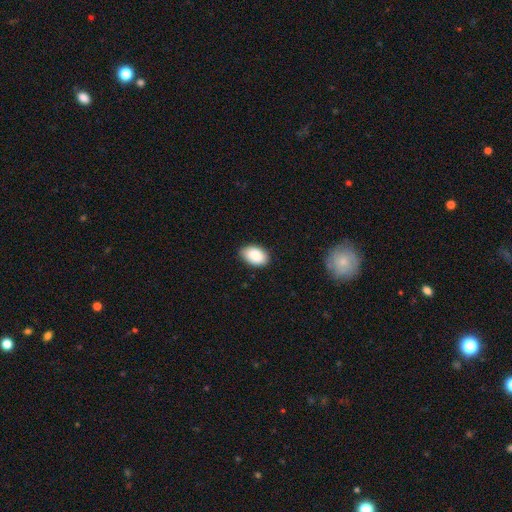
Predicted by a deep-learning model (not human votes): A smooth galaxy with no disk features (89%) that is in between round and cigar-shaped (91%). Merging: none (82%).